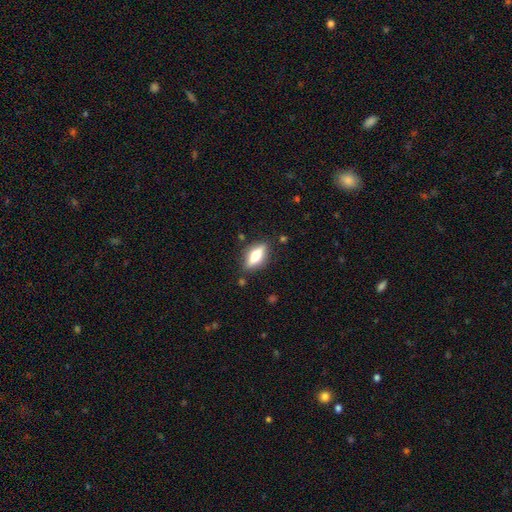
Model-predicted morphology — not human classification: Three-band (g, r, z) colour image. It shows a smooth galaxy with no disk features (50%) that is in between round and cigar-shaped (68%). Merging: none (83%).